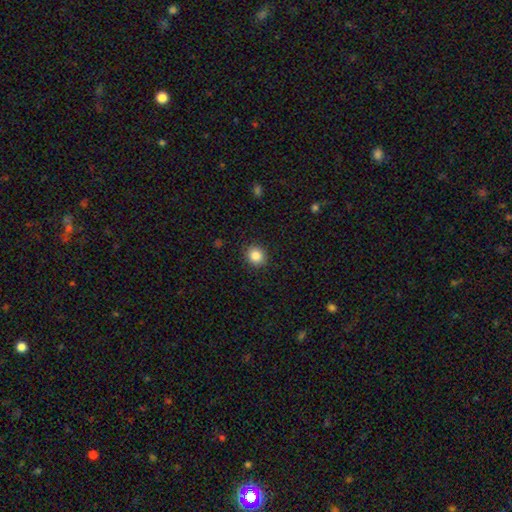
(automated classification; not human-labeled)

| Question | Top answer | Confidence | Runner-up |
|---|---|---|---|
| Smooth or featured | smooth | 85% | star or artifact (10%) |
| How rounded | round | 86% | in between (13%) |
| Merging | none | 91% | minor disturbance (6%) |